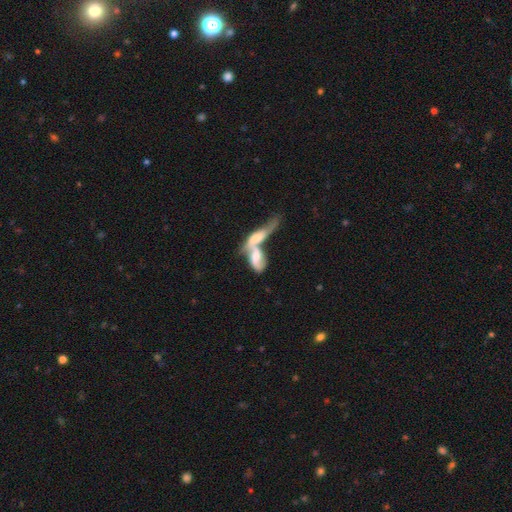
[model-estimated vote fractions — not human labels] Morphology: type=featured or disk (59%); edge-on=no (77%); merging=merger (81%).